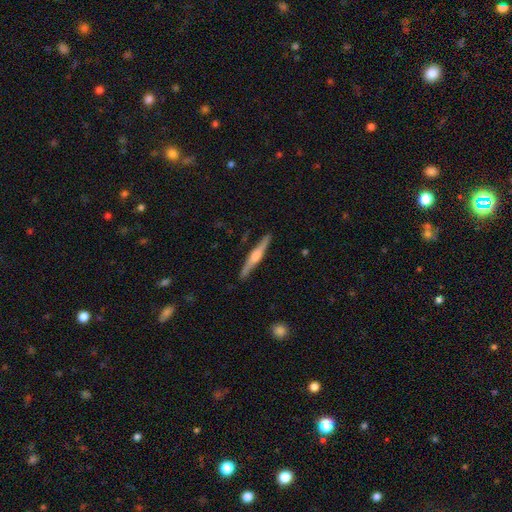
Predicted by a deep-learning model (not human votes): A featured or disk galaxy (74%) viewed edge-on (98%) with a rounded central bulge (80%).

Vote fractions:
- Smooth or featured? featured or disk: 74% / smooth: 21% / star or artifact: 5%
- Edge-on disk? yes: 98% / no: 2%
- Edge-on bulge? rounded: 80% / boxy: 14% / none: 6%
- Merging? none: 90% / minor disturbance: 7% / major disturbance: 1% / merger: 1%